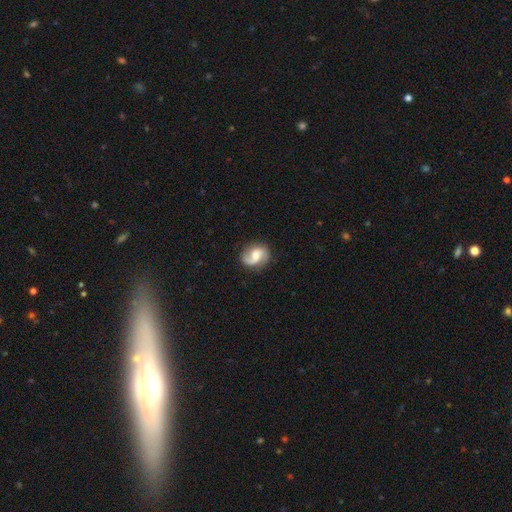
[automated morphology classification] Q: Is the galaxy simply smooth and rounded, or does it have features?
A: featured or disk — 71%.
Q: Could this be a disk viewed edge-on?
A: no — 98%.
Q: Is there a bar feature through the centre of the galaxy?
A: no — 51%.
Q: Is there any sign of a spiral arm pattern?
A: yes — 95%.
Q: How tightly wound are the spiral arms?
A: medium — 43%.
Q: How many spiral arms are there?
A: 2 — 69%.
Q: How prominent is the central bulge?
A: moderate — 55%.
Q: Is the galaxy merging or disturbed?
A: none — 76%.